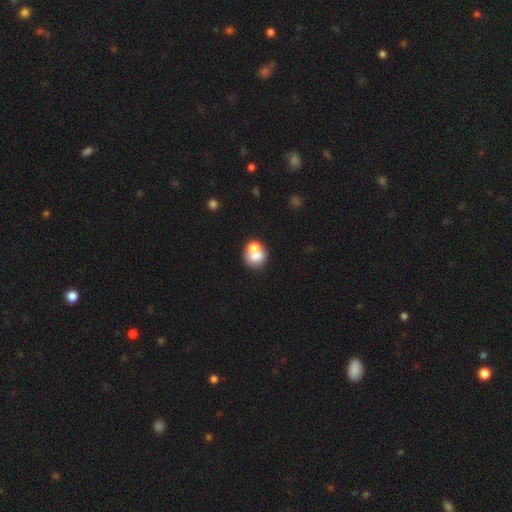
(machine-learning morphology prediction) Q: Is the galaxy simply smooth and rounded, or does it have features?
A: smooth — 70%.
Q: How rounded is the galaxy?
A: round — 74%.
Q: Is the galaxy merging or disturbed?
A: merger — 45%.